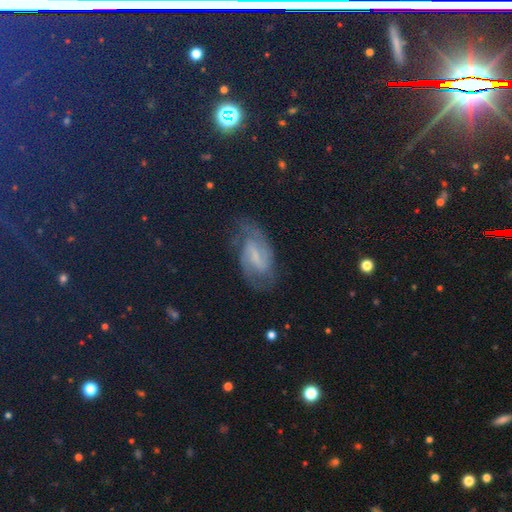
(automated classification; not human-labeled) Smooth or featured? Predicted: featured or disk (p=0.64). Edge-on disk? Predicted: no (p=0.95). Bar? Predicted: weak (p=0.54). Spiral arms? Predicted: yes (p=0.91). Spiral winding? Predicted: medium (p=0.49). Spiral arm count? Predicted: 2 (p=0.81). Bulge size? Predicted: small (p=0.49). Merging? Predicted: none (p=0.72).